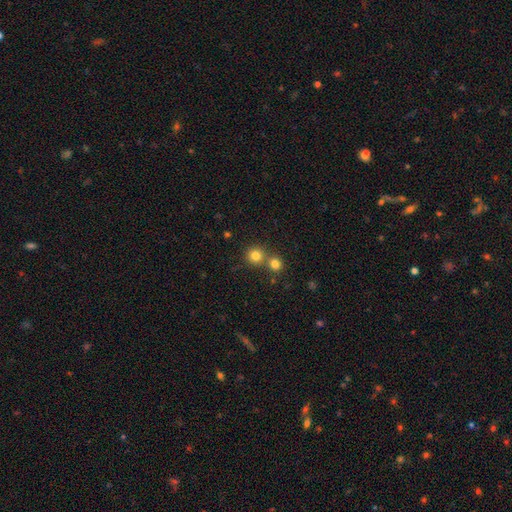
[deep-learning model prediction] This is clearly a smooth galaxy (81%). How rounded: clearly round (93%). Merging: likely none (64%).